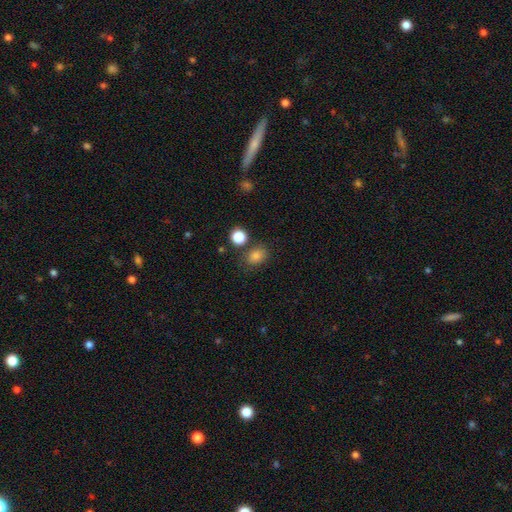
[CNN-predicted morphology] Smooth or featured? Predicted: smooth (p=0.81). How rounded? Predicted: in between (p=0.57). Merging? Predicted: none (p=0.77).